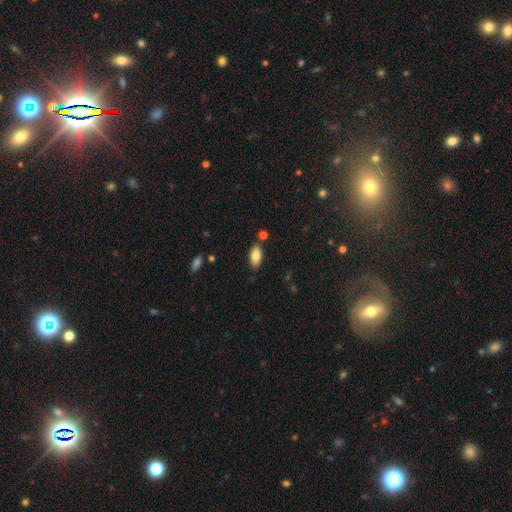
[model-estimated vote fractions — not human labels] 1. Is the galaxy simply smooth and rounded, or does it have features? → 84% smooth, 9% featured or disk, 7% star or artifact.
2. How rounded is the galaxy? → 91% in between, 7% cigar-shaped, 2% round.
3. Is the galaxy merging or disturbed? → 80% none, 12% minor disturbance, 5% merger, 3% major disturbance.